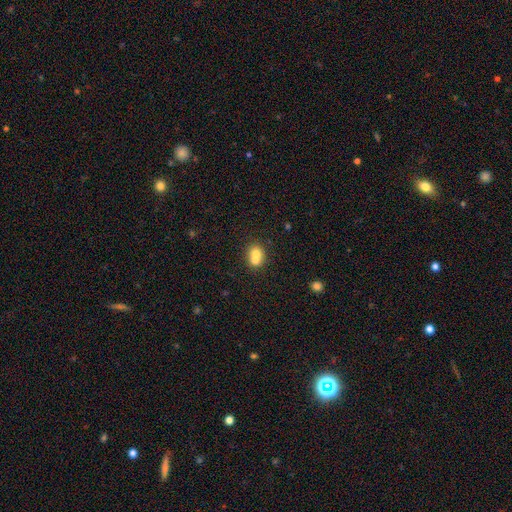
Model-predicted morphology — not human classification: This is likely a smooth galaxy (70%). How rounded: likely round (66%). Merging: likely merger (63%).